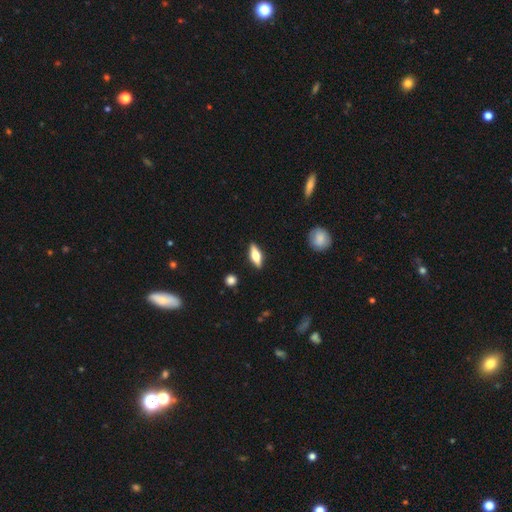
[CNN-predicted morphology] type=smooth (47%); merging=none (88%).